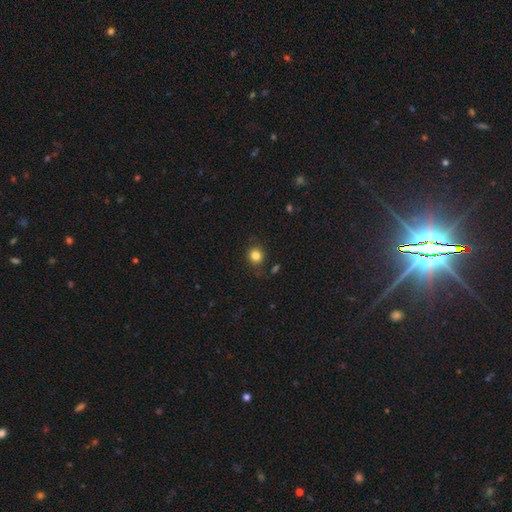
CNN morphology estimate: Smooth or featured: smooth — 82% (star or artifact — 12%)
How rounded: round — 84% (in between — 15%)
Merging: none — 81% (minor disturbance — 13%)